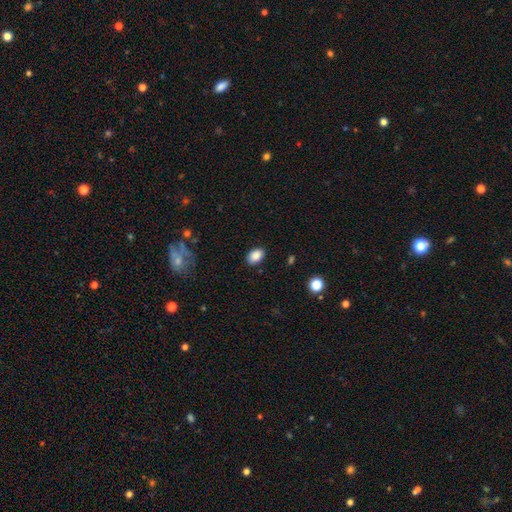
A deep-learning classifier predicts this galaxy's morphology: Smooth or featured: smooth — 88% (star or artifact — 8%)
How rounded: in between — 86% (round — 13%)
Merging: none — 87% (minor disturbance — 9%)